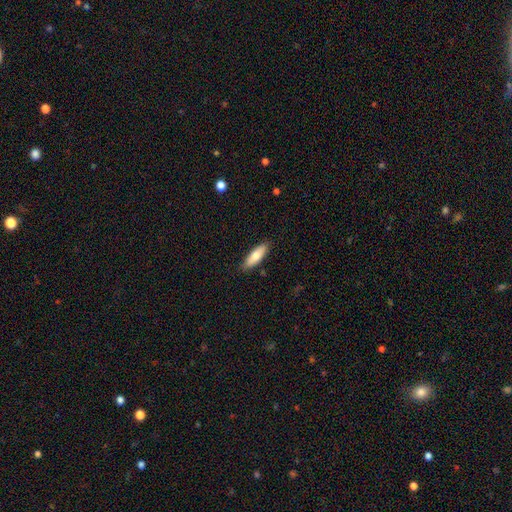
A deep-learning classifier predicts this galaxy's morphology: smooth 77%, featured or disk 17%, star or artifact 6%. Down the decision tree: how rounded — in between (55%); merging — none (87%).